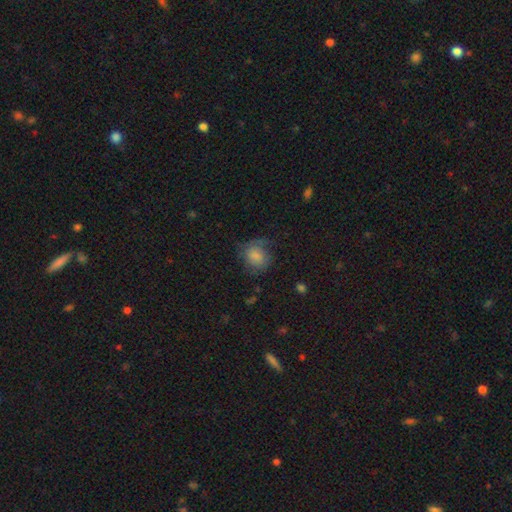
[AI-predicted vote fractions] Morphology: type=smooth (73%); roundness=round (70%); merging=none (51%).